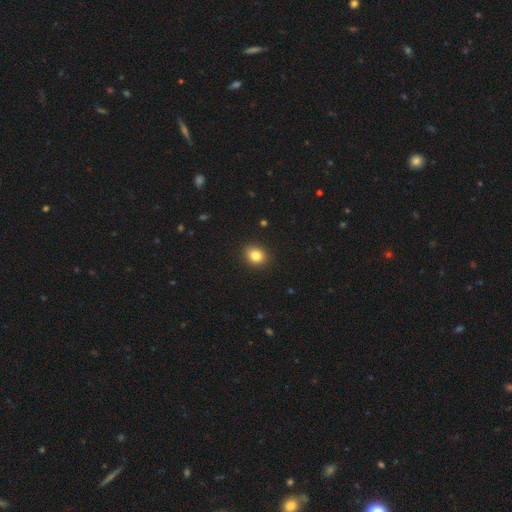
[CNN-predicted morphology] A smooth galaxy with no disk features (83%) that is round (59%). Merging: none (90%).